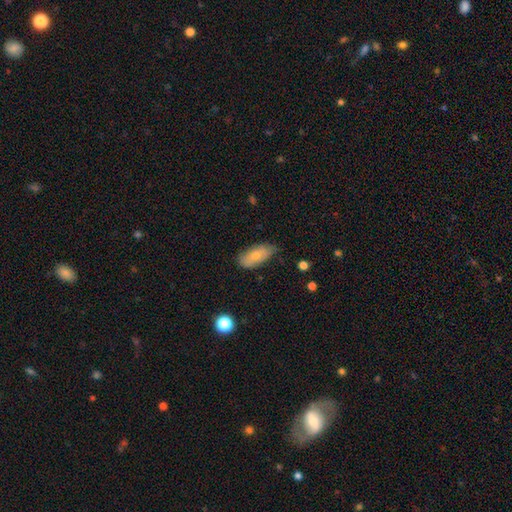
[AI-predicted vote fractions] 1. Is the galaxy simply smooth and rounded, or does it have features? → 76% smooth, 17% featured or disk, 6% star or artifact.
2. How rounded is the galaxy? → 87% in between, 11% cigar-shaped, 2% round.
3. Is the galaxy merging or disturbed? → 66% none, 28% minor disturbance, 5% major disturbance, 2% merger.